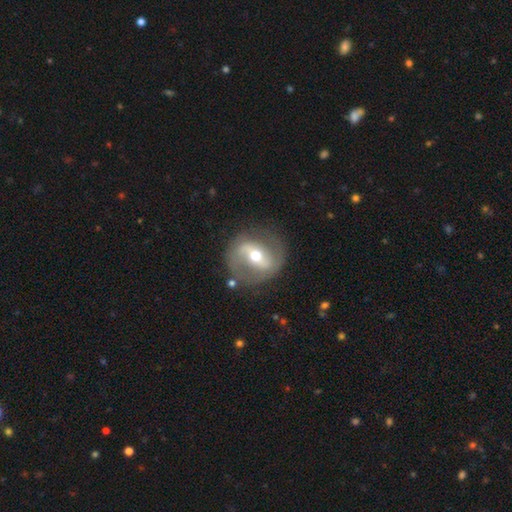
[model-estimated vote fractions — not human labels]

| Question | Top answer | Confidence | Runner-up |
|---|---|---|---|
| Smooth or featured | featured or disk | 77% | smooth (16%) |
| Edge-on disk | no | 96% | yes (4%) |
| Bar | strong | 44% | weak (36%) |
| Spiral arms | yes | 79% | no (21%) |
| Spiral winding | medium | 43% | loose (32%) |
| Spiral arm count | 2 | 85% | can't tell (8%) |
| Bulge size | moderate | 67% | small (26%) |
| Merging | none | 77% | minor disturbance (14%) |